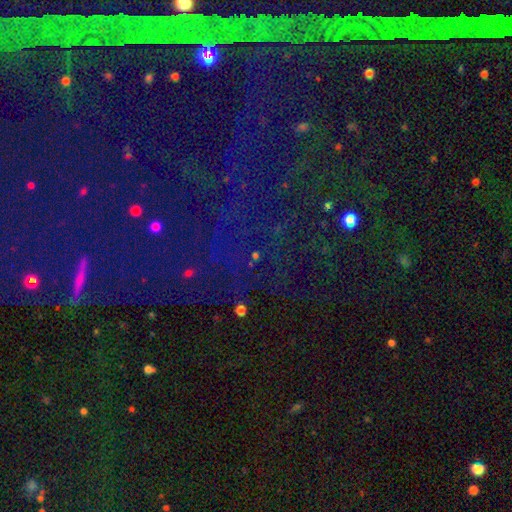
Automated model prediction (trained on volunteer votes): Smooth or featured?
  - star or artifact: 73% *
  - smooth: 18%
  - featured or disk: 9%